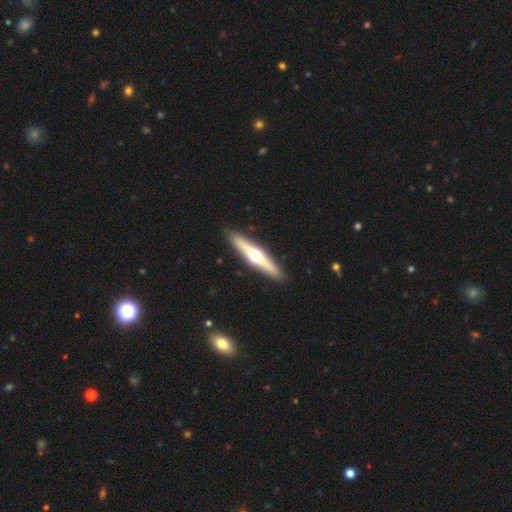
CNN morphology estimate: Overall: featured or disk (66%; smooth 30%). Edge-on disk: yes (96%). Edge-on bulge: rounded (95%). Merging: none (91%).